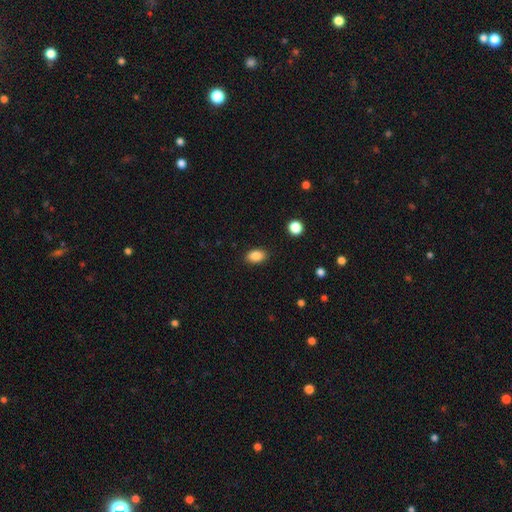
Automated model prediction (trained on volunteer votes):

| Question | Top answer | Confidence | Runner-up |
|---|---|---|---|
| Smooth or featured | smooth | 87% | star or artifact (9%) |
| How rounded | in between | 86% | round (12%) |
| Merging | none | 88% | minor disturbance (8%) |